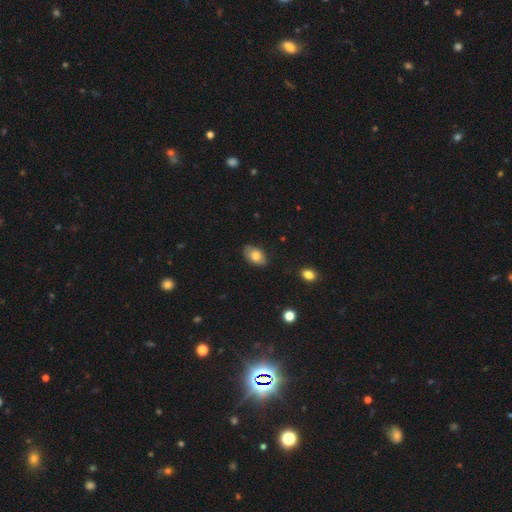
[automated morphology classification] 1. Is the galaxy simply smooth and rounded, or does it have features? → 78% smooth, 15% featured or disk, 7% star or artifact.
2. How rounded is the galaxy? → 90% in between, 8% round, 2% cigar-shaped.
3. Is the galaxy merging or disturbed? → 80% none, 16% minor disturbance, 3% major disturbance, 1% merger.